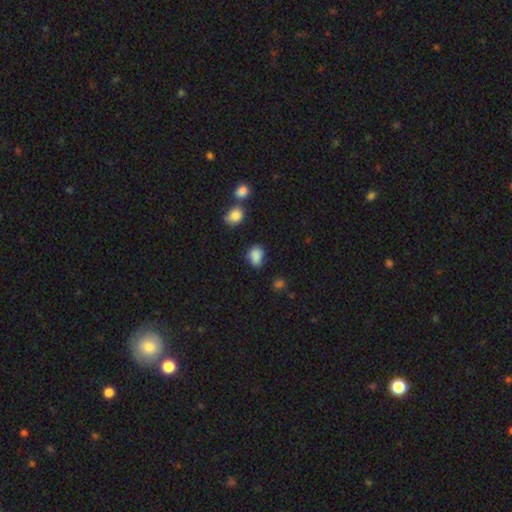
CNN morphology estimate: Overall: smooth (84%). How rounded: in between (68%; round 31%). Merging: none (61%; minor disturbance 27%).